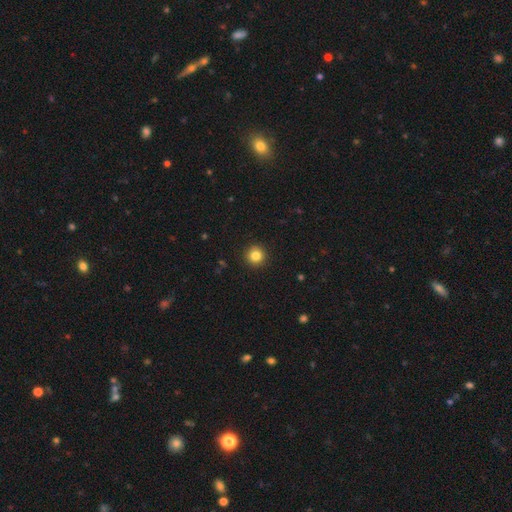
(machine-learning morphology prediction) Smooth or featured? Predicted: smooth (p=0.83). How rounded? Predicted: round (p=0.95). Merging? Predicted: none (p=0.92).